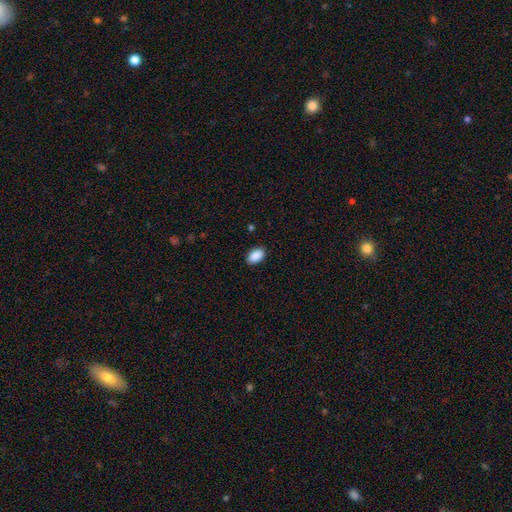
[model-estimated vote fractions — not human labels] Smooth or featured: smooth — 91% (star or artifact — 7%)
How rounded: in between — 93% (round — 5%)
Merging: none — 89% (minor disturbance — 8%)